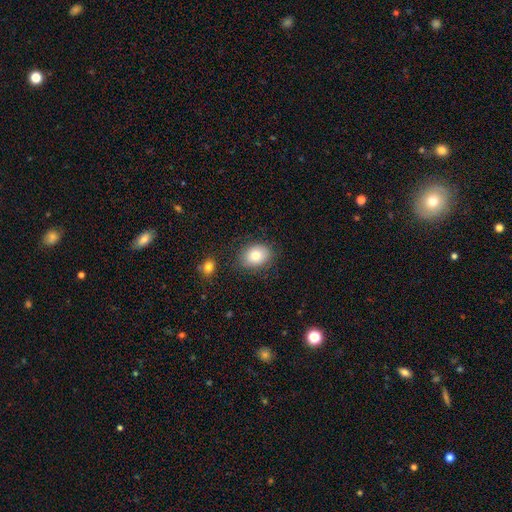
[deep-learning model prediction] A smooth galaxy with no disk features (79%) that is in between round and cigar-shaped (57%).

Vote fractions:
- Smooth or featured? smooth: 79% / featured or disk: 12% / star or artifact: 9%
- How rounded? in between: 57% / round: 42% / cigar-shaped: 1%
- Merging? none: 81% / minor disturbance: 13% / major disturbance: 3% / merger: 3%